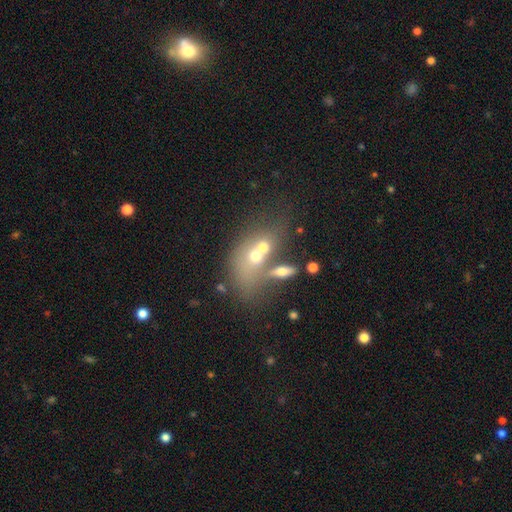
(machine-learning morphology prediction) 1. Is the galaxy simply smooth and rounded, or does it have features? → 54% smooth, 32% featured or disk, 14% star or artifact.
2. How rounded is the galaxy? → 61% in between, 34% round, 5% cigar-shaped.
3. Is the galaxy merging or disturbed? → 63% merger, 20% none, 9% major disturbance, 8% minor disturbance.